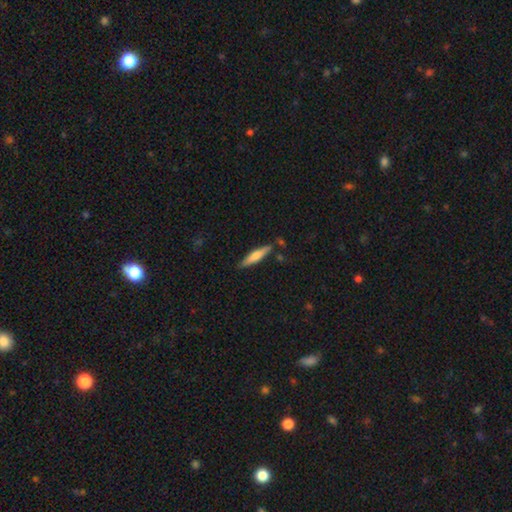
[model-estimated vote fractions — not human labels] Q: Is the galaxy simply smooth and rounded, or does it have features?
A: smooth — 57%.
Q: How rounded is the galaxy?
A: cigar-shaped — 84%.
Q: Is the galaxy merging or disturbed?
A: none — 82%.